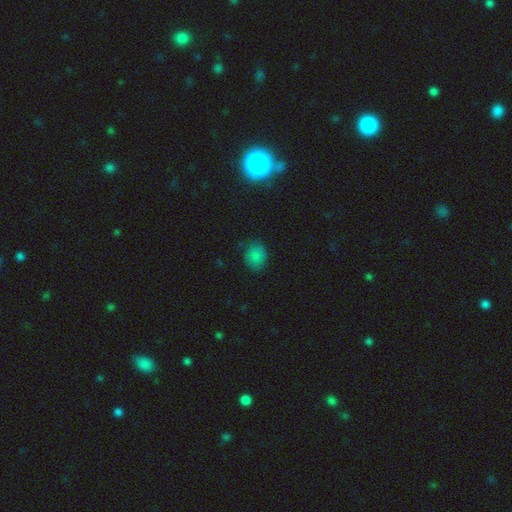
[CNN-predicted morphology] Smooth or featured: smooth — 81% (star or artifact — 12%)
How rounded: round — 53% (in between — 46%)
Merging: none — 77% (minor disturbance — 18%)